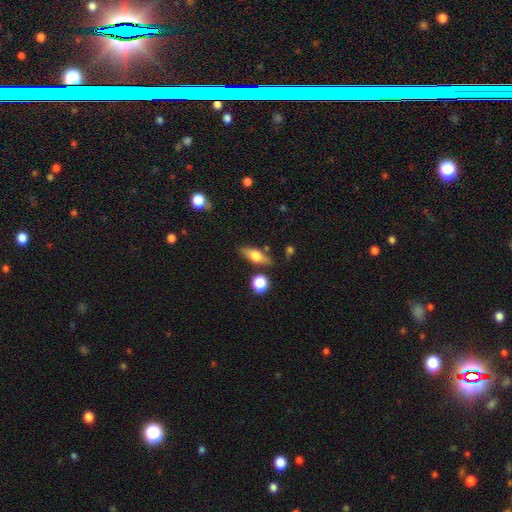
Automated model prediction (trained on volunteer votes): smooth 54%, featured or disk 38%, star or artifact 8%. Down the decision tree: how rounded — in between (60%); merging — none (78%).